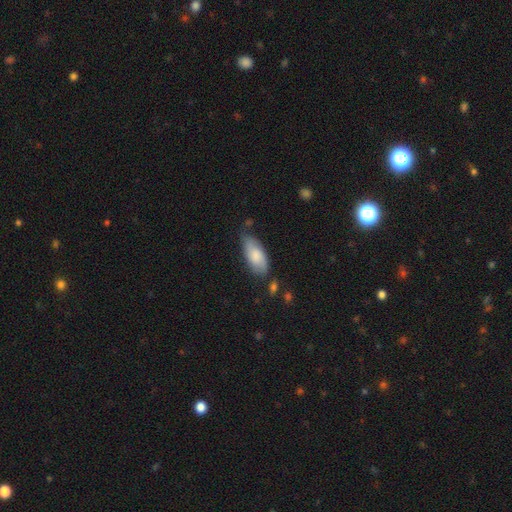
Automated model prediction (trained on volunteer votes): smooth 73%, featured or disk 21%, star or artifact 6%. Down the decision tree: how rounded — in between (86%); merging — none (60%).